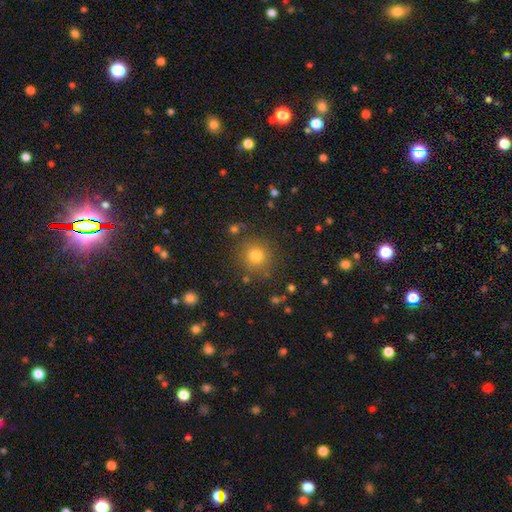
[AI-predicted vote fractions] The model was most divided on "smooth or featured": smooth: 77%, star or artifact: 16%, featured or disk: 7%. More confident: how rounded — round (93%); merging — none (85%).